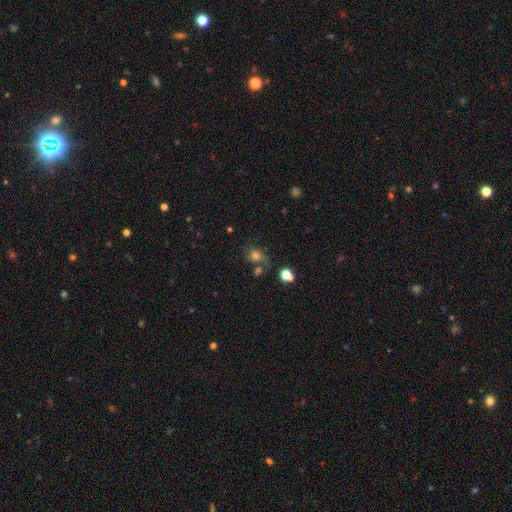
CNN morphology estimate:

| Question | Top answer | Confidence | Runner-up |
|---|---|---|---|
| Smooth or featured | smooth | 53% | featured or disk (26%) |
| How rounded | in between | 54% | round (44%) |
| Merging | none | 43% | merger (20%) |